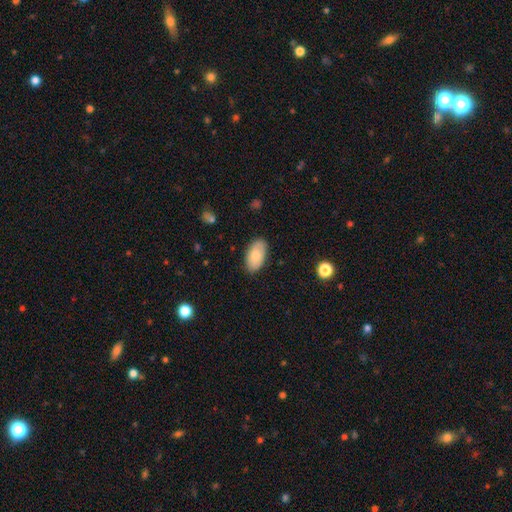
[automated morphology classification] Smooth or featured?
  - smooth: 80% *
  - featured or disk: 13%
  - star or artifact: 6%
How rounded?
  - in between: 95% *
  - round: 3%
  - cigar-shaped: 2%
Merging?
  - none: 85% *
  - minor disturbance: 12%
  - major disturbance: 2%
  - merger: 1%